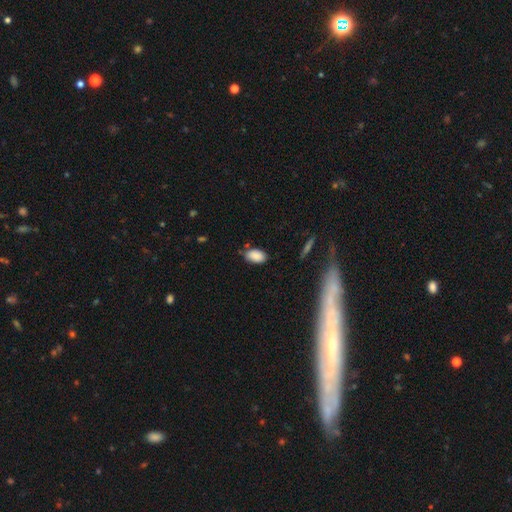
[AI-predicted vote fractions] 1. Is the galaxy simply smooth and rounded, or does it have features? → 87% smooth, 8% star or artifact, 5% featured or disk.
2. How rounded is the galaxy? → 93% in between, 6% round, 2% cigar-shaped.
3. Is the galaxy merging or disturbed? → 73% none, 21% minor disturbance, 4% major disturbance, 3% merger.